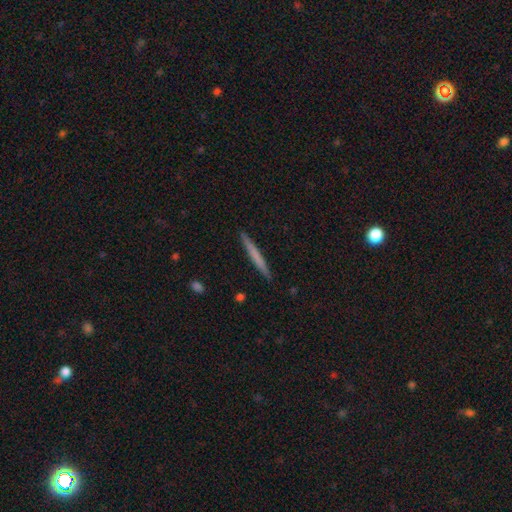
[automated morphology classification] Smooth or featured? smooth (62%)
How rounded? cigar-shaped (97%)
Merging? none (92%)